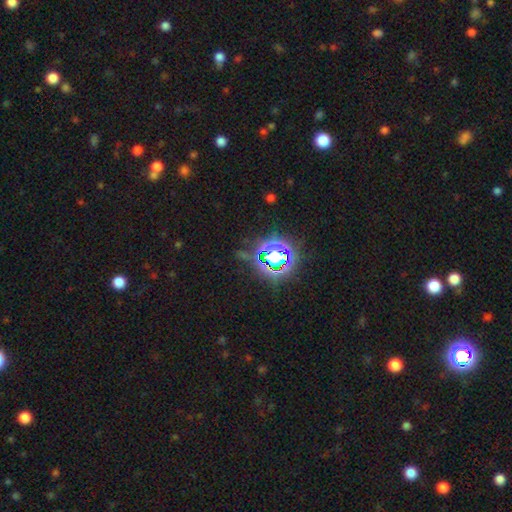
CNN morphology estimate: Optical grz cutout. It shows a star or artifact, not a galaxy (80%).